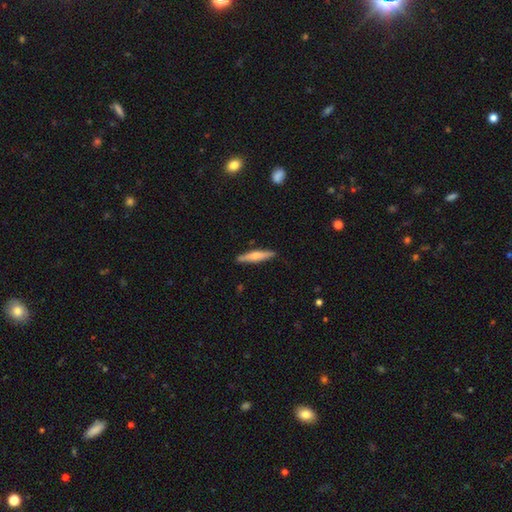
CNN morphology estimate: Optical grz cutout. It shows a smooth galaxy with no disk features (56%) that is cigar-shaped (87%). Merging: none (89%).